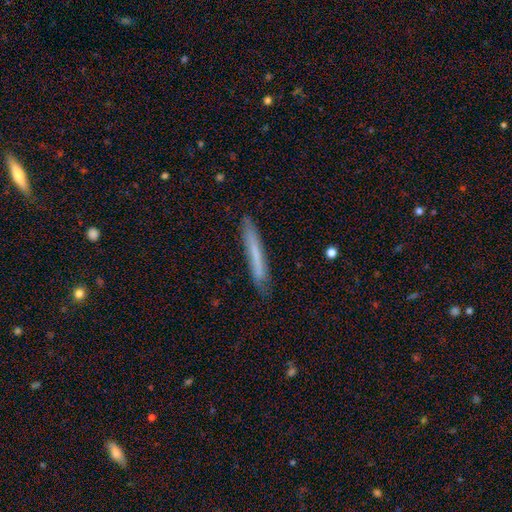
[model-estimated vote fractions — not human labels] This appears to be a smooth galaxy with no disk features (62%) that is cigar-shaped (96%). Merging: none (81%).